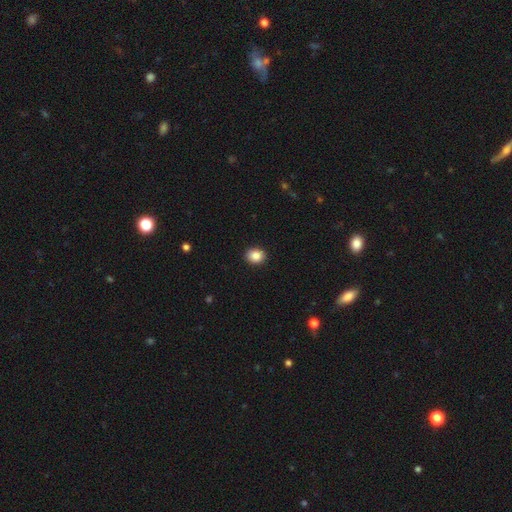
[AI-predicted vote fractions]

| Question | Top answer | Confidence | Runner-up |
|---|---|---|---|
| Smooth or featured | smooth | 88% | star or artifact (9%) |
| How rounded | round | 60% | in between (39%) |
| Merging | none | 91% | minor disturbance (6%) |